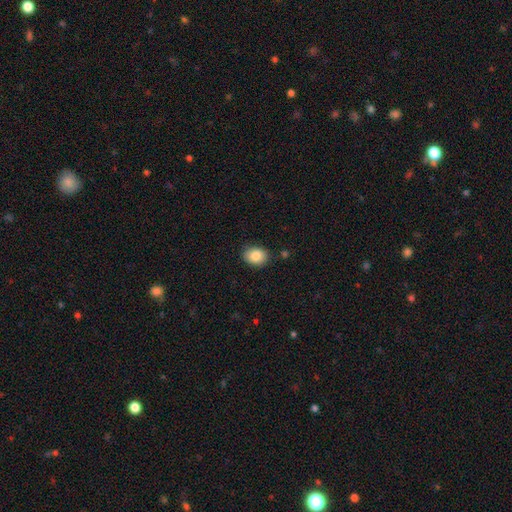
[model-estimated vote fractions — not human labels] The model was most divided on "how rounded": in between: 61%, round: 39%, cigar-shaped: 1%. More confident: smooth or featured — smooth (86%); merging — none (84%).